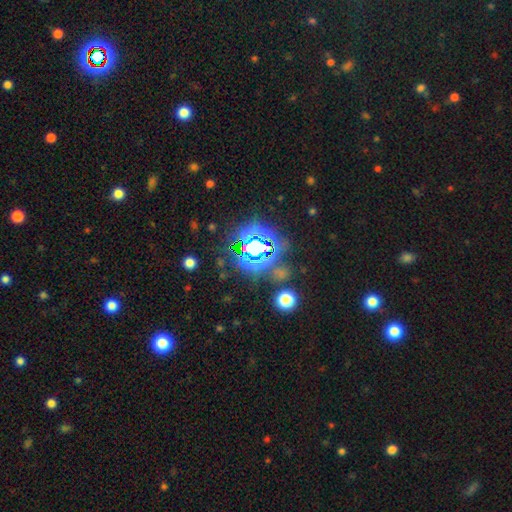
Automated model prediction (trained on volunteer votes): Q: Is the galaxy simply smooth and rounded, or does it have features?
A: star or artifact — 83%.